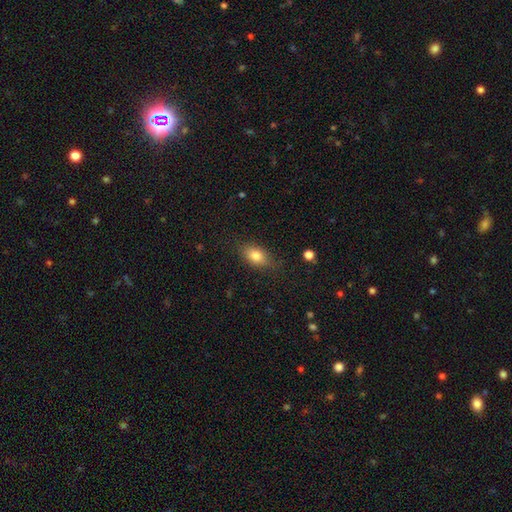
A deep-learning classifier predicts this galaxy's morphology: type=smooth (80%); roundness=in between (83%); merging=none (80%).